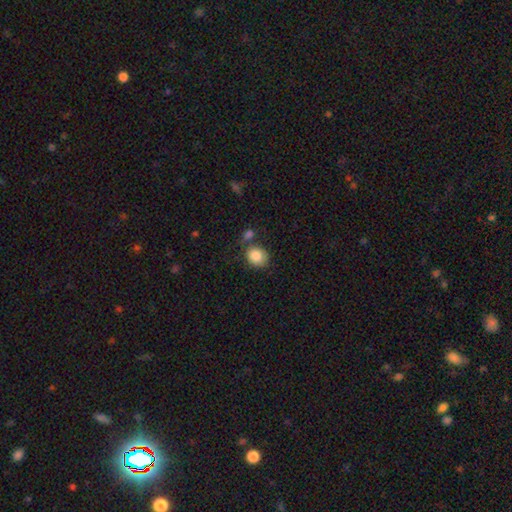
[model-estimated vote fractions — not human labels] The model was most divided on "how rounded": round: 63%, in between: 36%, cigar-shaped: 1%. More confident: smooth or featured — smooth (87%); merging — none (61%).